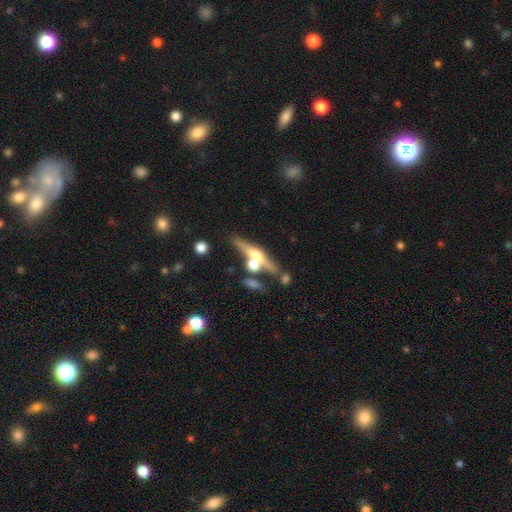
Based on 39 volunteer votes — smooth_or_featured: featured or disk (p=0.69) [alt: smooth p=0.26]
disk_edge_on: yes (p=0.93) [alt: no p=0.07]
edge_on_bulge: rounded (p=0.80) [alt: boxy p=0.12]
merging: none (p=0.59) [alt: merger p=0.24]